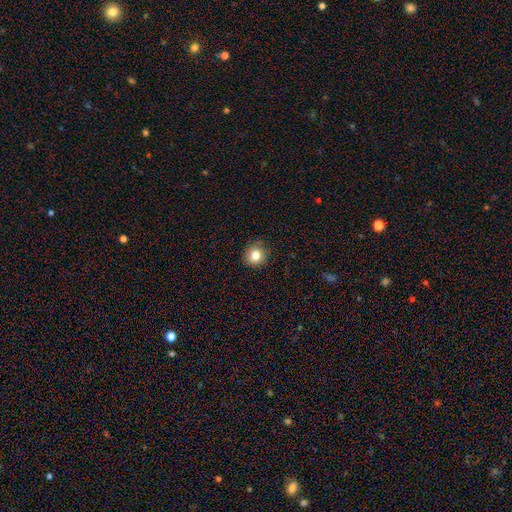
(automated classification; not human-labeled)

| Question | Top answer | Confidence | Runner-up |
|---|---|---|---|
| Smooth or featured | smooth | 83% | star or artifact (11%) |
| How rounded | round | 89% | in between (10%) |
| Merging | none | 88% | minor disturbance (9%) |